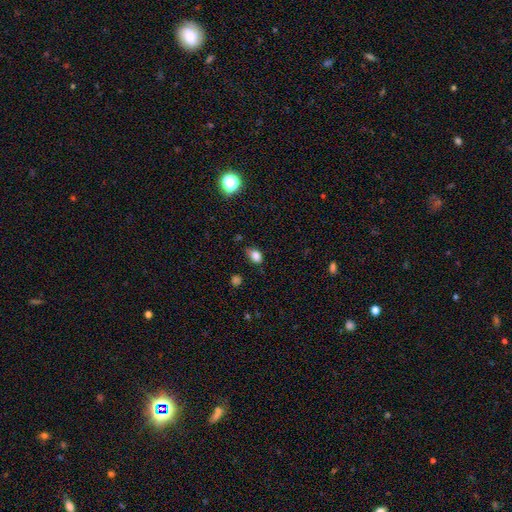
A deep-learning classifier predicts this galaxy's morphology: Q: Smooth or featured?
A: smooth (83%); runner-up: star or artifact (11%)
Q: How rounded?
A: in between (72%); runner-up: round (26%)
Q: Merging?
A: none (63%); runner-up: minor disturbance (29%)